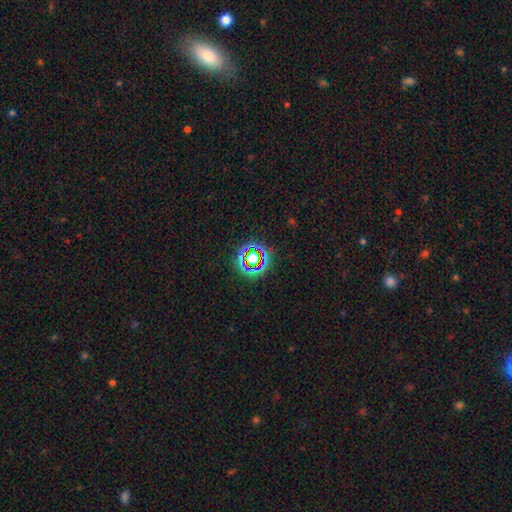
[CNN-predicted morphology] Smooth or featured? star or artifact (65%)